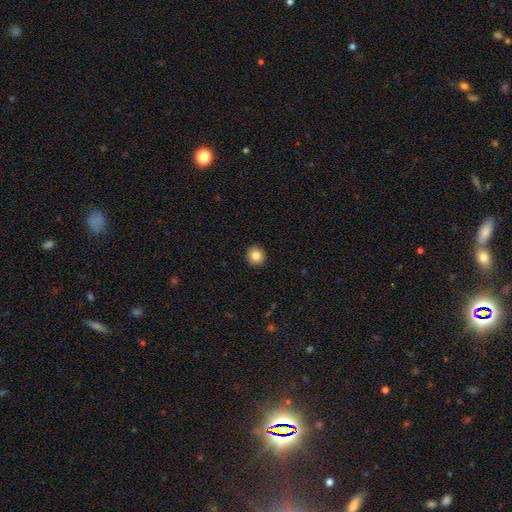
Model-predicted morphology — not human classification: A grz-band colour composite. It shows a smooth galaxy with no disk features (85%) that is round (94%). Merging: none (93%).